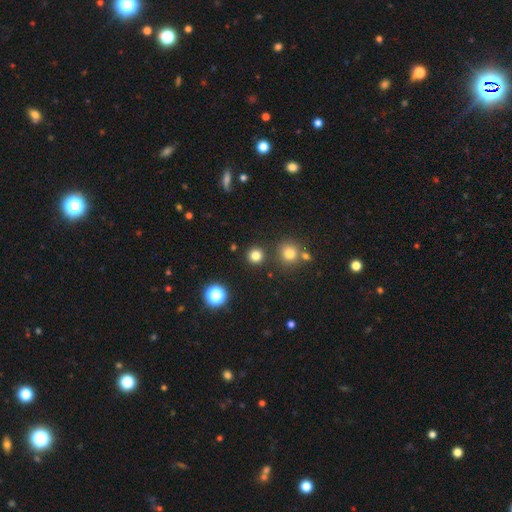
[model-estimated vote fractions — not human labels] Smooth or featured? Predicted: smooth (p=0.79). How rounded? Predicted: round (p=0.94). Merging? Predicted: none (p=0.86).